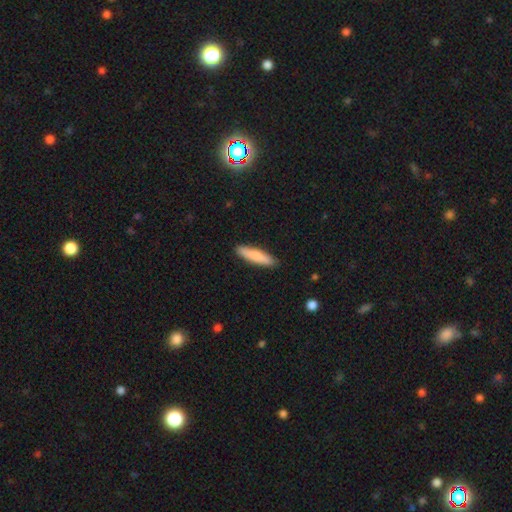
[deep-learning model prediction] Smooth or featured?
  - smooth: 81% *
  - featured or disk: 14%
  - star or artifact: 5%
How rounded?
  - cigar-shaped: 82% *
  - in between: 17%
  - round: 1%
Merging?
  - none: 89% *
  - minor disturbance: 8%
  - major disturbance: 2%
  - merger: 1%